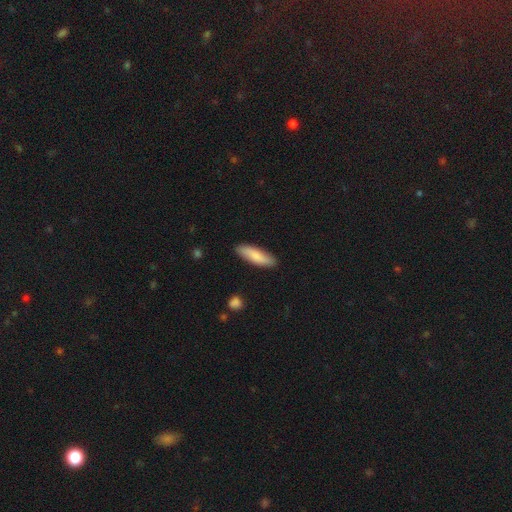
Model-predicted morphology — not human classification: Q: Smooth or featured?
A: smooth (81%); runner-up: featured or disk (14%)
Q: How rounded?
A: cigar-shaped (55%); runner-up: in between (43%)
Q: Merging?
A: none (87%); runner-up: minor disturbance (10%)